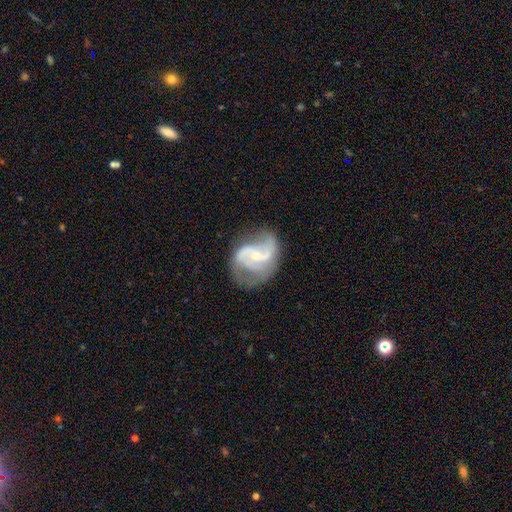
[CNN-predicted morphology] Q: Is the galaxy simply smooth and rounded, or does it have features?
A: featured or disk — 84%.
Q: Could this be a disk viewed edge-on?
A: no — 98%.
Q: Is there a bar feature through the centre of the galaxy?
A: no — 43%.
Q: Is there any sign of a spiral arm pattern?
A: yes — 94%.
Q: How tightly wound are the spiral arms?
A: loose — 45%.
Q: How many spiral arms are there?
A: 2 — 83%.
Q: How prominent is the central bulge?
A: small — 64%.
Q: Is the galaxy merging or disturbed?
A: none — 58%.